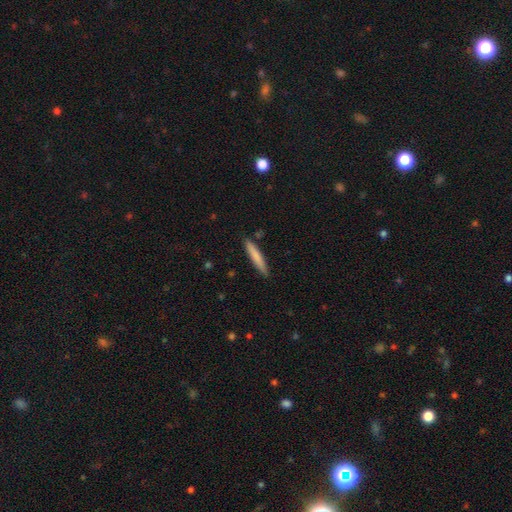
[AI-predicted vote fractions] A smooth galaxy with no disk features (75%) that is cigar-shaped (93%). Merging: none (87%).